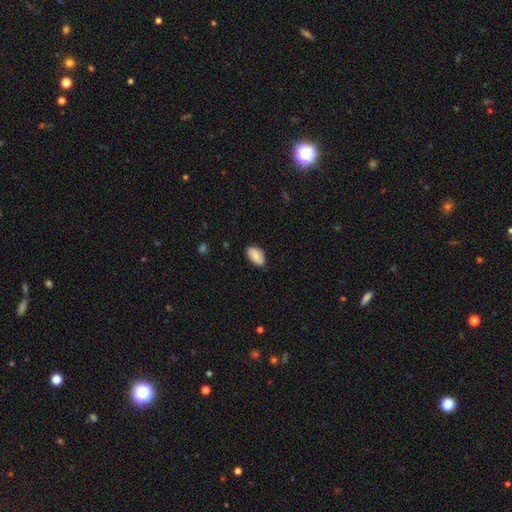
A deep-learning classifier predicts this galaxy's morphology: This is likely a smooth galaxy (78%). How rounded: clearly in between (94%). Merging: clearly none (81%).